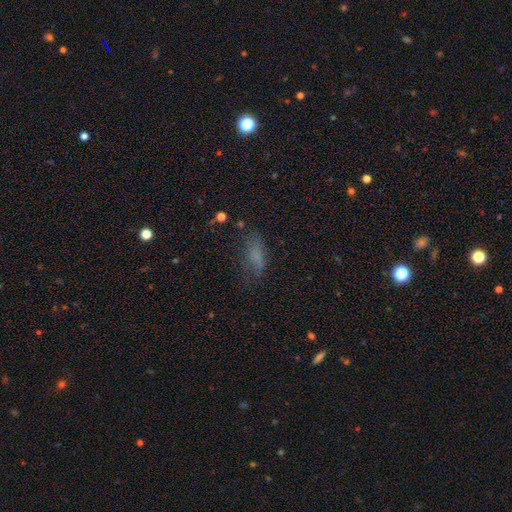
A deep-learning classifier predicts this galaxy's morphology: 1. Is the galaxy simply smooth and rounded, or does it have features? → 66% smooth, 18% featured or disk, 16% star or artifact.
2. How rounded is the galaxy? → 71% in between, 25% cigar-shaped, 4% round.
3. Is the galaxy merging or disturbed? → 51% none, 26% minor disturbance, 21% major disturbance, 3% merger.